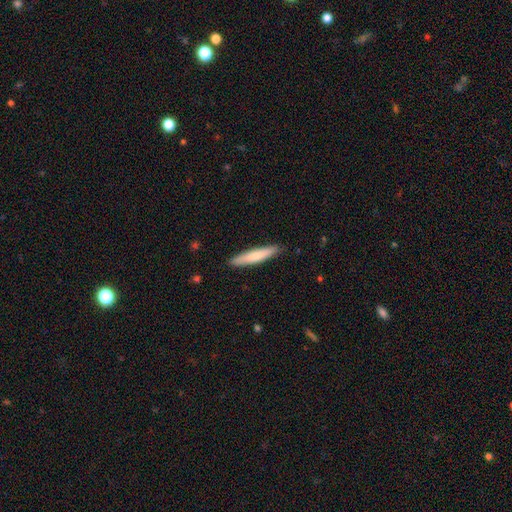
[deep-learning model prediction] Overall: smooth (73%). How rounded: cigar-shaped (91%). Merging: none (90%).